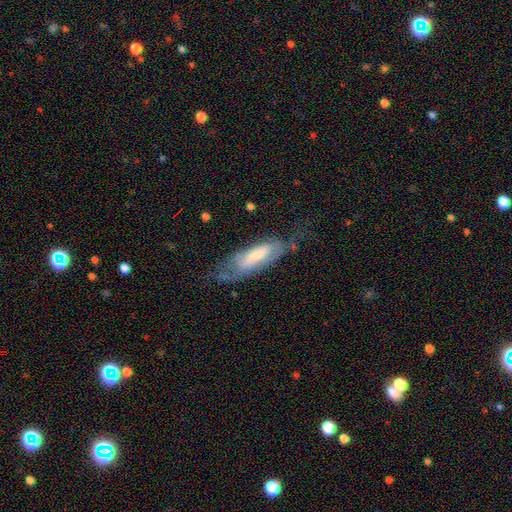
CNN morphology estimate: smooth-or-featured: smooth: 48% | featured or disk: 44% | star or artifact: 7%
  merging: none: 44% | minor disturbance: 28% | major disturbance: 25% | merger: 3%